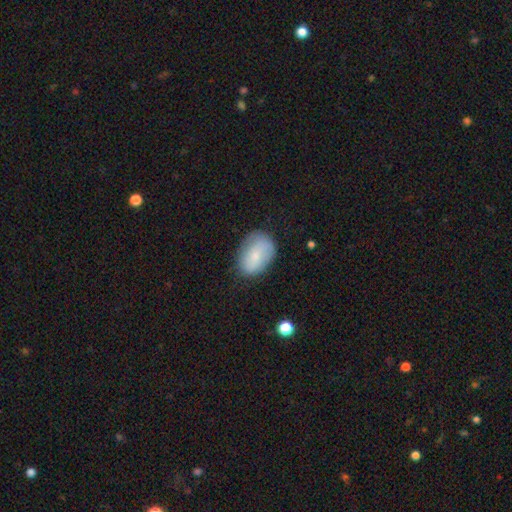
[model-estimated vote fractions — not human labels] Smooth or featured?
  - smooth: 67% *
  - featured or disk: 25%
  - star or artifact: 7%
How rounded?
  - in between: 81% *
  - round: 18%
  - cigar-shaped: 1%
Merging?
  - none: 69% *
  - minor disturbance: 23%
  - major disturbance: 7%
  - merger: 2%